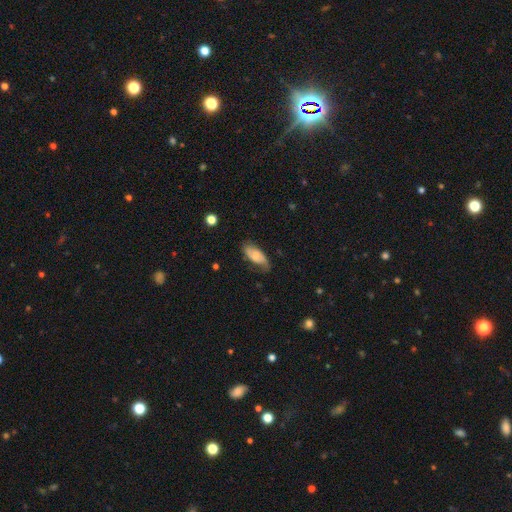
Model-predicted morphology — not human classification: This is possibly a smooth galaxy (54%). How rounded: clearly in between (86%). Merging: likely none (62%).